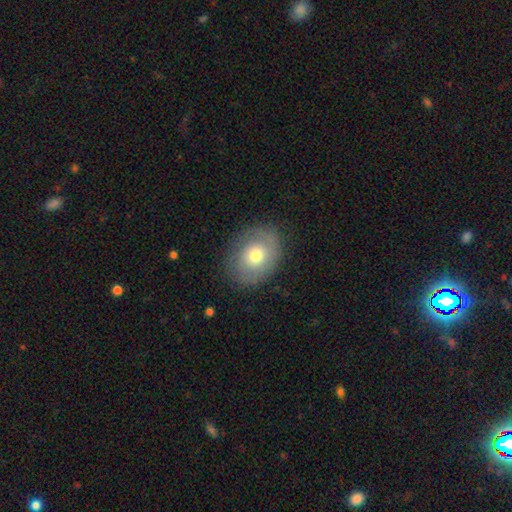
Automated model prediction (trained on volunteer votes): This appears to be a smooth galaxy with no disk features (61%) that is in between round and cigar-shaped (53%). Merging: none (80%).